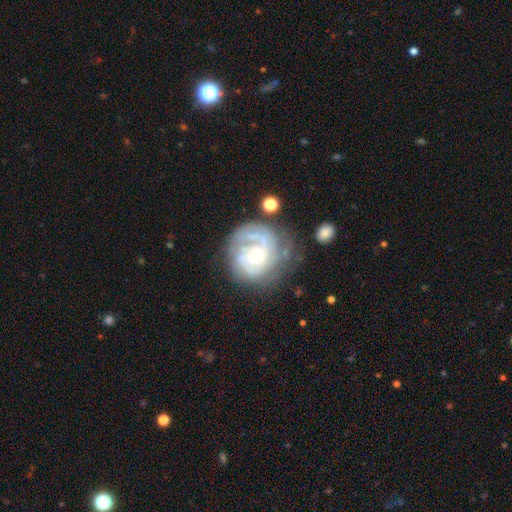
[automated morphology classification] smooth-or-featured: featured or disk: 84% | smooth: 10% | star or artifact: 6%
  disk-edge-on: no: 98% | yes: 2%
    bar: no: 67% | weak: 27% | strong: 5%
    has-spiral-arms: yes: 94% | no: 6%
      spiral-winding: tight: 64% | medium: 28% | loose: 7%
      spiral-arm-count: 2: 31% | can't tell: 28% | 3: 22% | 1: 9% | 4: 6% | more than 4: 4%
    bulge-size: moderate: 54% | small: 37% | large: 6% | none: 2% | dominant: 1%
  merging: none: 63% | minor disturbance: 21% | major disturbance: 13% | merger: 4%